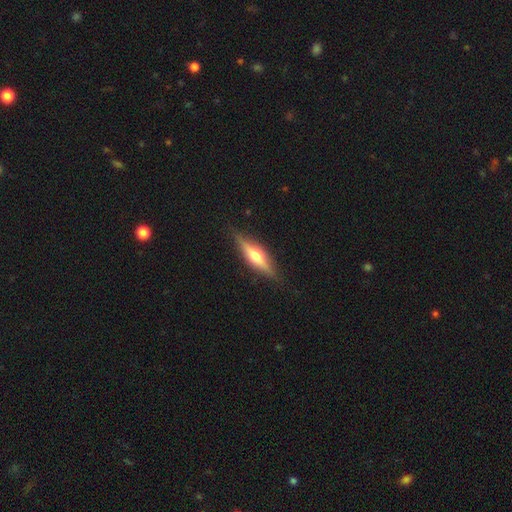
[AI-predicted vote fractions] This is likely a featured or disk galaxy (62%). It is clearly viewed edge-on (95%). Edge-on bulge: clearly rounded (84%). Merging: clearly none (87%).